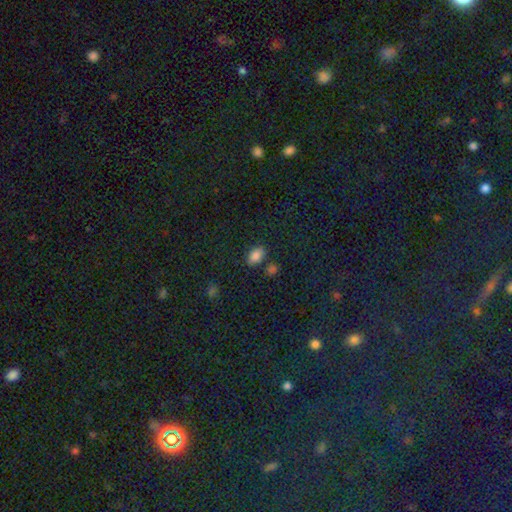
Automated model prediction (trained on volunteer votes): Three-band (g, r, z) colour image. It shows a smooth galaxy with no disk features (84%) that is in between round and cigar-shaped (88%). Merging: none (76%).